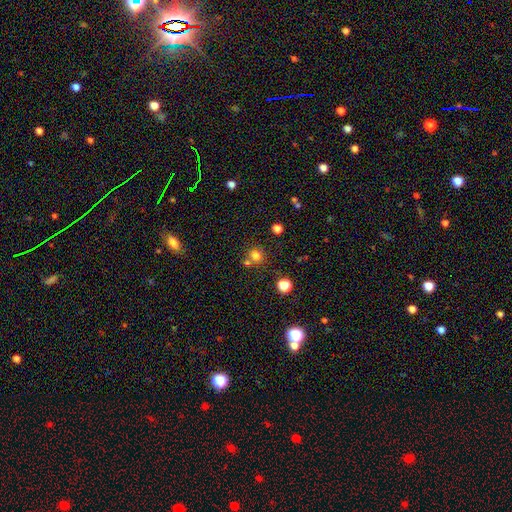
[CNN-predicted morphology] type=smooth (76%); roundness=round (87%); merging=none (65%).